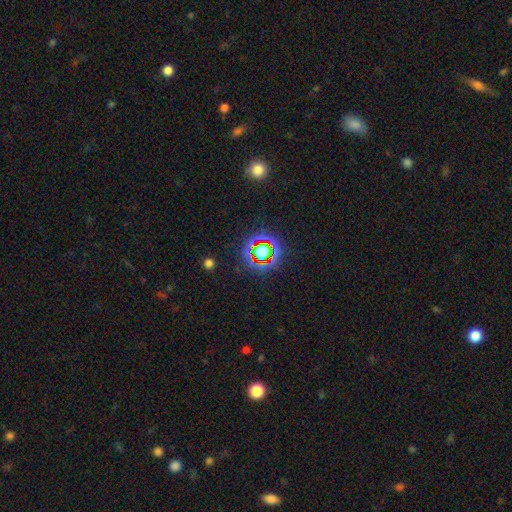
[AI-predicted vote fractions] Smooth or featured?
  - star or artifact: 75% *
  - smooth: 15%
  - featured or disk: 10%